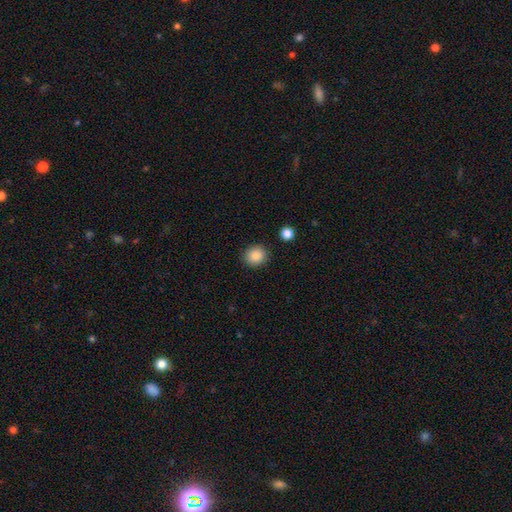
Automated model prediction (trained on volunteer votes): Morphology: type=smooth (88%); roundness=round (82%); merging=none (89%).